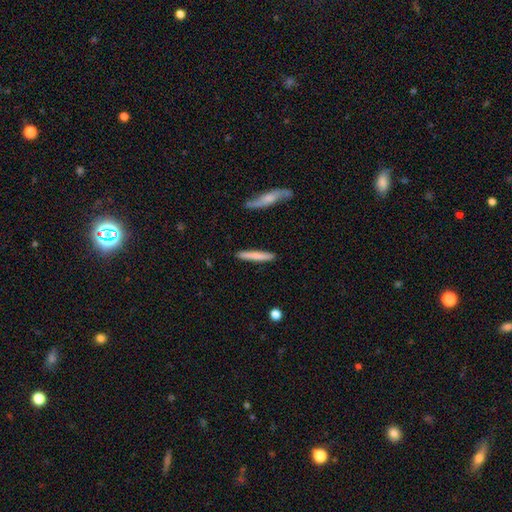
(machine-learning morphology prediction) Smooth or featured? smooth (71%)
How rounded? cigar-shaped (94%)
Merging? none (89%)